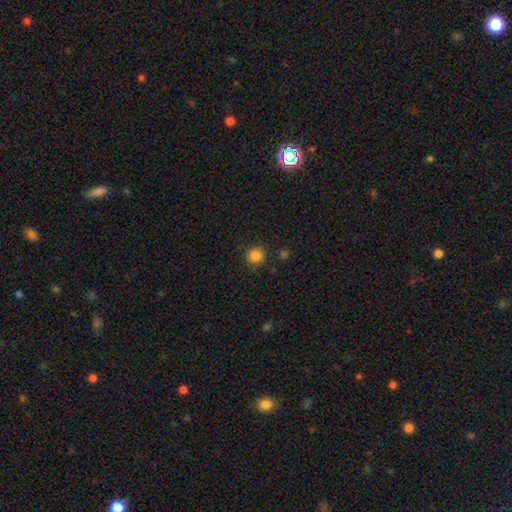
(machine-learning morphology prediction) smooth 85%, star or artifact 11%, featured or disk 4%. Down the decision tree: how rounded — round (92%); merging — none (87%).